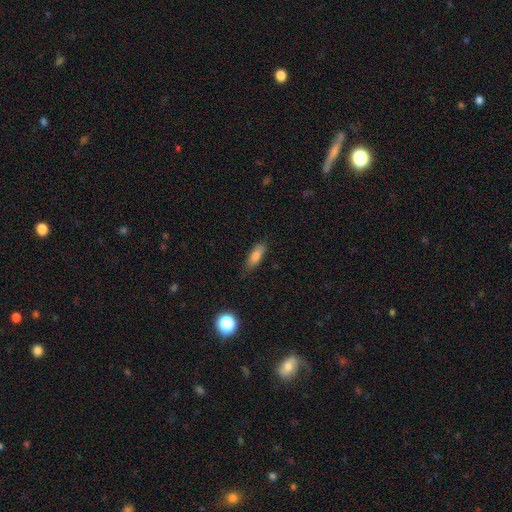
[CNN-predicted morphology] Q: Smooth or featured?
A: smooth (79%); runner-up: featured or disk (12%)
Q: How rounded?
A: in between (64%); runner-up: cigar-shaped (32%)
Q: Merging?
A: none (76%); runner-up: minor disturbance (19%)